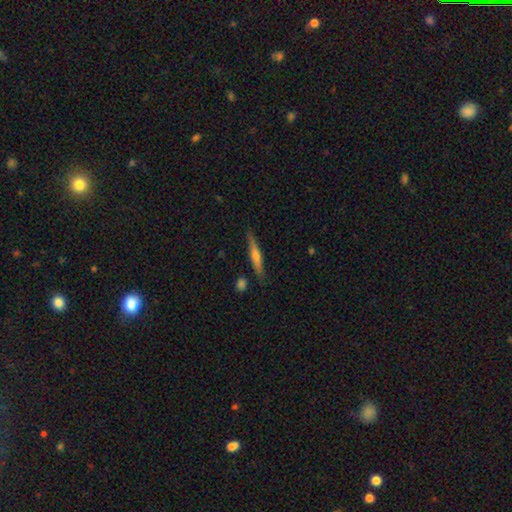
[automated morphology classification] Smooth or featured: featured or disk — 57% (smooth — 36%)
Edge-on disk: yes — 96% (no — 4%)
Edge-on bulge: rounded — 76% (none — 14%)
Merging: none — 85% (minor disturbance — 10%)